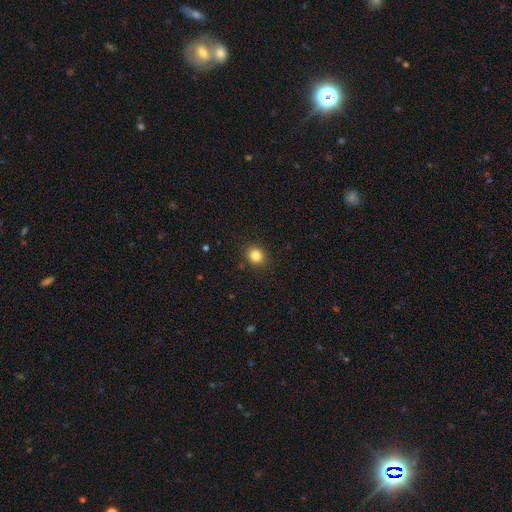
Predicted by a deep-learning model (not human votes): smooth-or-featured: smooth: 83% | star or artifact: 11% | featured or disk: 6%
  how-rounded: round: 77% | in between: 22% | cigar-shaped: 1%
  merging: none: 89% | minor disturbance: 7% | major disturbance: 2% | merger: 1%